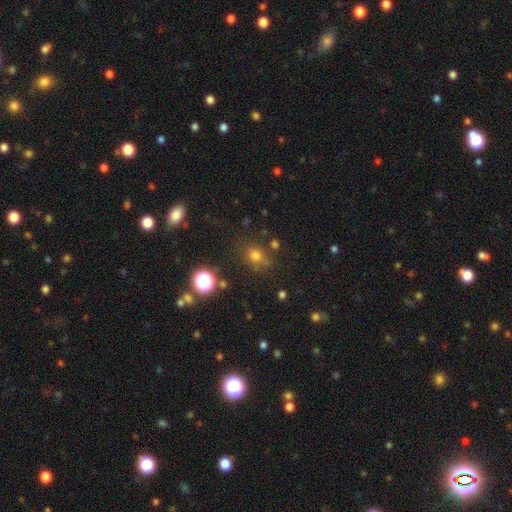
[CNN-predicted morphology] Q: Smooth or featured?
A: smooth (68%); runner-up: star or artifact (24%)
Q: How rounded?
A: round (67%); runner-up: in between (32%)
Q: Merging?
A: none (77%); runner-up: minor disturbance (14%)